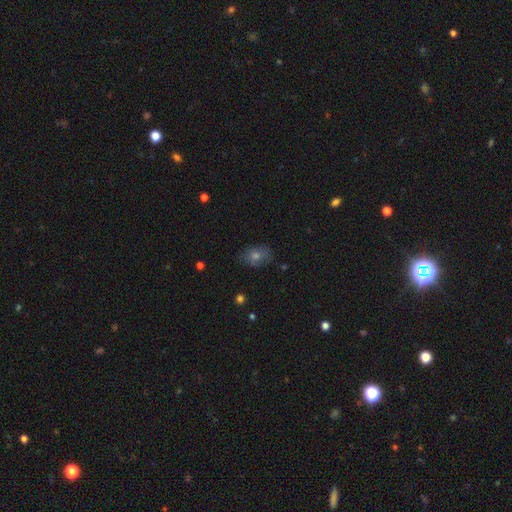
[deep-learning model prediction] Overall: smooth (60%; star or artifact 21%). How rounded: in between (62%; round 37%). Merging: none (76%).